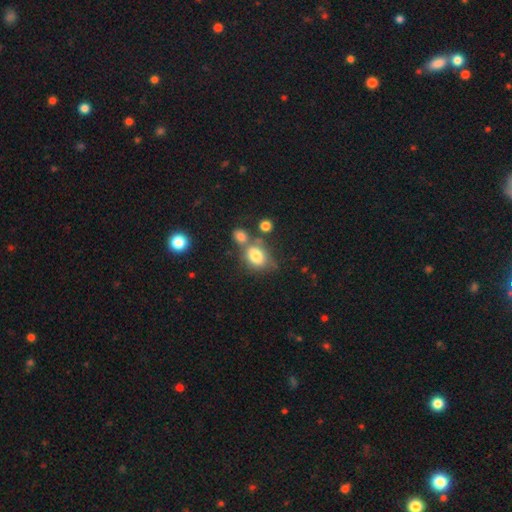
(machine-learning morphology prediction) smooth 78%, featured or disk 12%, star or artifact 11%. Down the decision tree: how rounded — in between (66%); merging — none (44%).